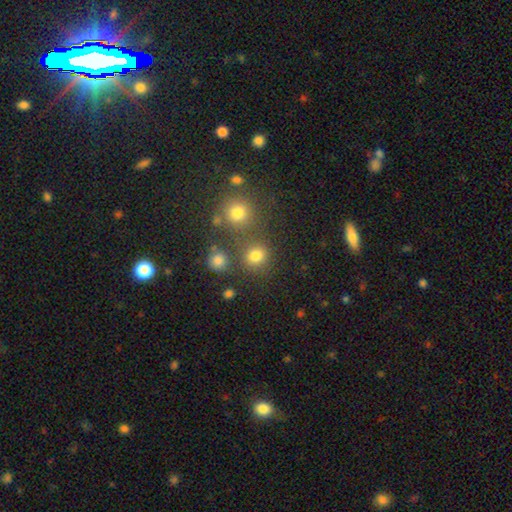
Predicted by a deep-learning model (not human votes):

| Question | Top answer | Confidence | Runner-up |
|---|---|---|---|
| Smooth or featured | smooth | 77% | star or artifact (17%) |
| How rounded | round | 84% | in between (15%) |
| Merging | none | 70% | merger (17%) |